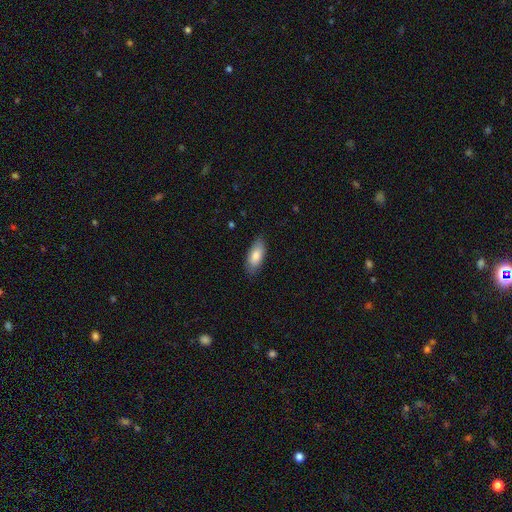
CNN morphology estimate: Smooth or featured: smooth — 83% (featured or disk — 11%)
How rounded: in between — 86% (cigar-shaped — 12%)
Merging: none — 84% (minor disturbance — 12%)